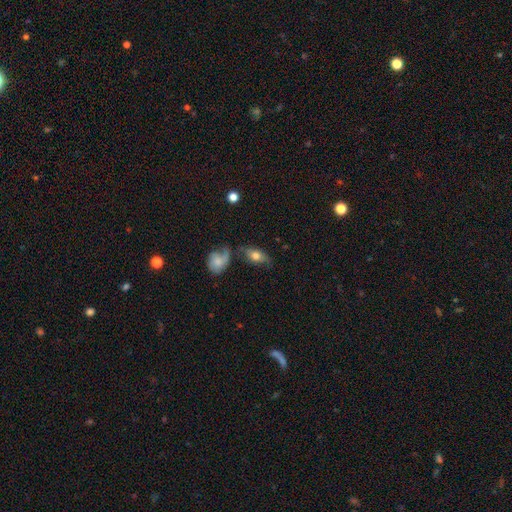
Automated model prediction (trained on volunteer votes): Smooth or featured? smooth (61%)
How rounded? in between (84%)
Merging? none (58%)